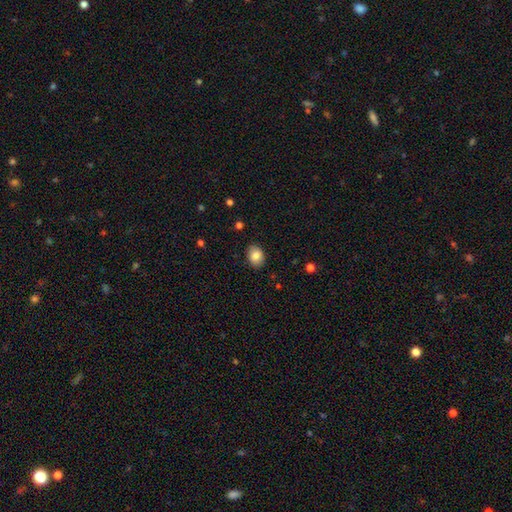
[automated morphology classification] type=smooth (85%); roundness=in between (67%); merging=none (87%).